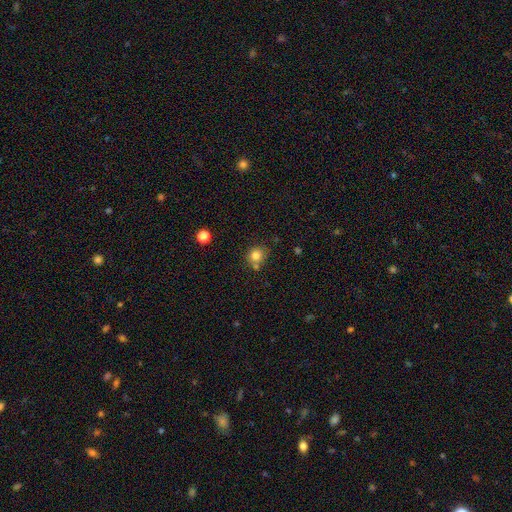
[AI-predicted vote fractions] smooth_or_featured: smooth (p=0.81) [alt: star or artifact p=0.12]
how_rounded: round (p=0.86) [alt: in between p=0.14]
merging: none (p=0.67) [alt: merger p=0.15]